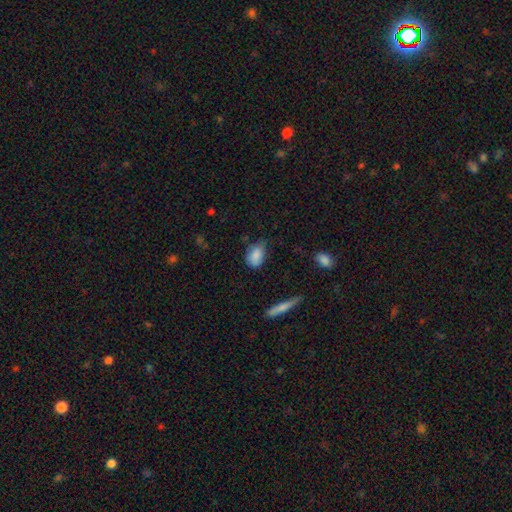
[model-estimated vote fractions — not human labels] smooth_or_featured: smooth (p=0.84) [alt: featured or disk p=0.08]
how_rounded: in between (p=0.84) [alt: round p=0.14]
merging: none (p=0.51) [alt: minor disturbance p=0.38]